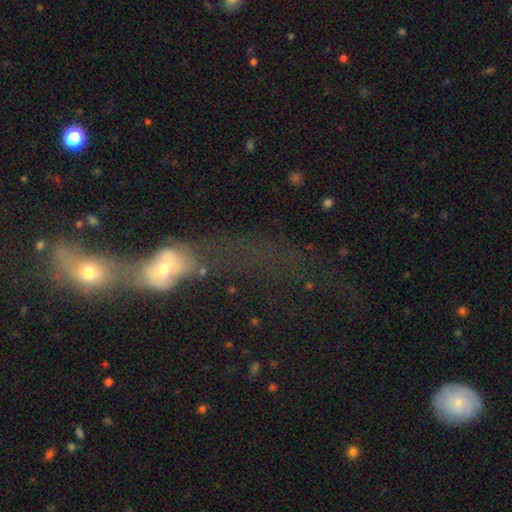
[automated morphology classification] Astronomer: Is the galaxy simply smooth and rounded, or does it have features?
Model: featured or disk — 41% (runner-up: smooth, 39%).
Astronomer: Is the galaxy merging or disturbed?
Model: merger — 77%.